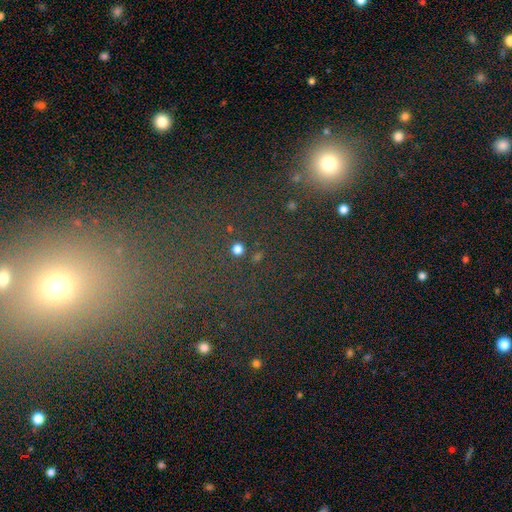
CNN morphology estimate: Smooth or featured: star or artifact — 48% (smooth — 42%)